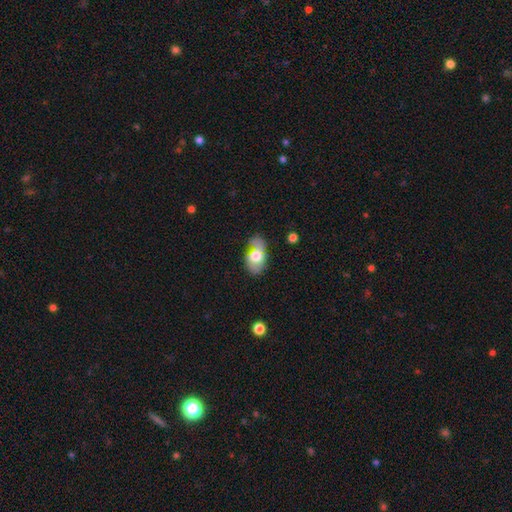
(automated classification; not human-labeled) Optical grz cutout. It shows a smooth galaxy with no disk features (62%) that is in between round and cigar-shaped (89%). Merging: none (53%).